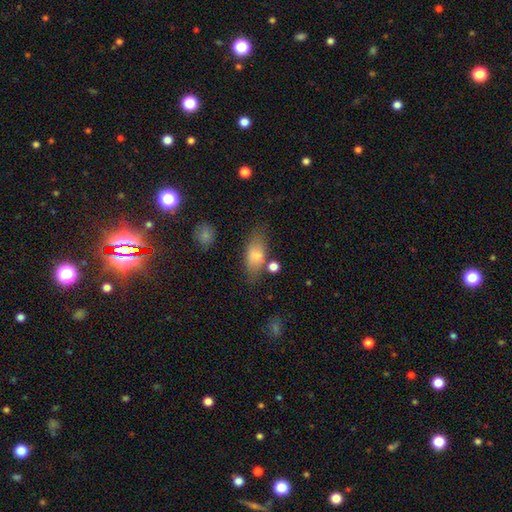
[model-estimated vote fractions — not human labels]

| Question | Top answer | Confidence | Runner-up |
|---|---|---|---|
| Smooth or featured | smooth | 79% | featured or disk (14%) |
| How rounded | in between | 84% | cigar-shaped (11%) |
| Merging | none | 66% | minor disturbance (20%) |